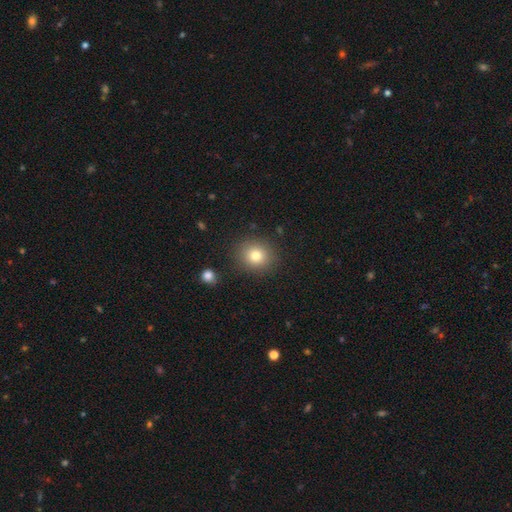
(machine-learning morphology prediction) type=smooth (80%); roundness=round (80%); merging=none (87%).